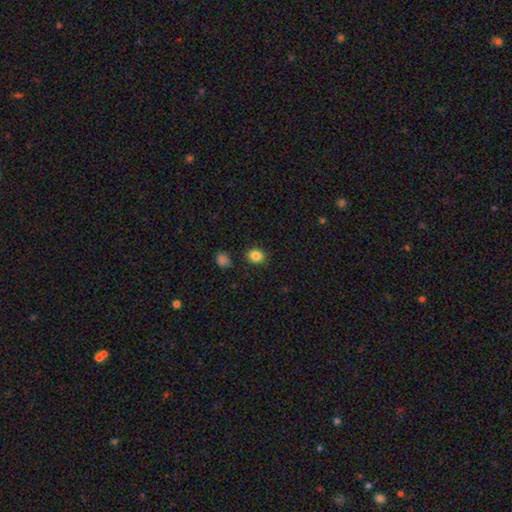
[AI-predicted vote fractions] Overall: smooth (85%). How rounded: round (56%; in between 43%). Merging: none (86%).